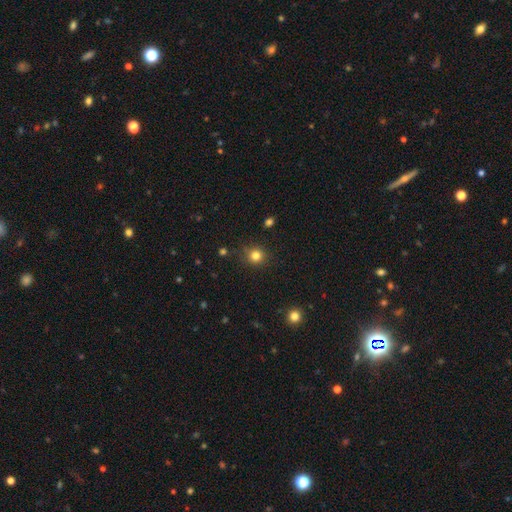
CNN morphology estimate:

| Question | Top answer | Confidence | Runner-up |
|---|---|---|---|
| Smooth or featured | smooth | 81% | star or artifact (14%) |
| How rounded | round | 90% | in between (9%) |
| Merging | none | 88% | minor disturbance (8%) |